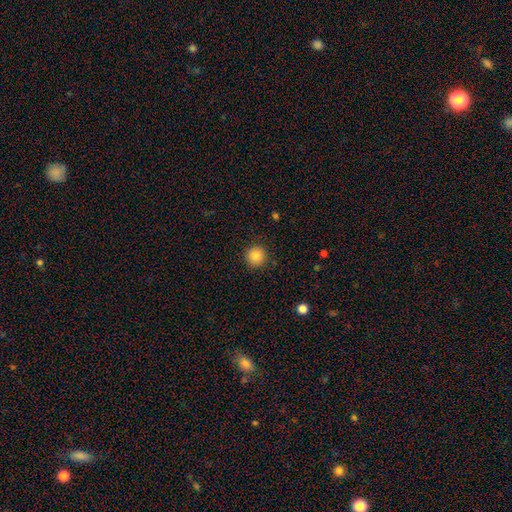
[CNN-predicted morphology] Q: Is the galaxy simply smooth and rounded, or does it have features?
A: smooth — 84%.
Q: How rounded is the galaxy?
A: round — 94%.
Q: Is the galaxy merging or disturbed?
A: none — 91%.